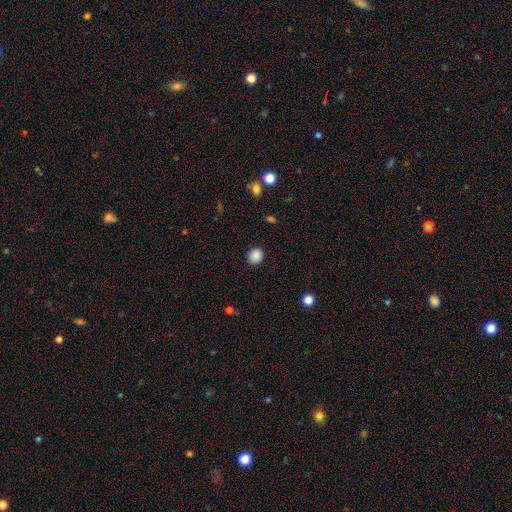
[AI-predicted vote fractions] This is clearly a smooth galaxy (87%). How rounded: clearly round (85%). Merging: clearly none (91%).